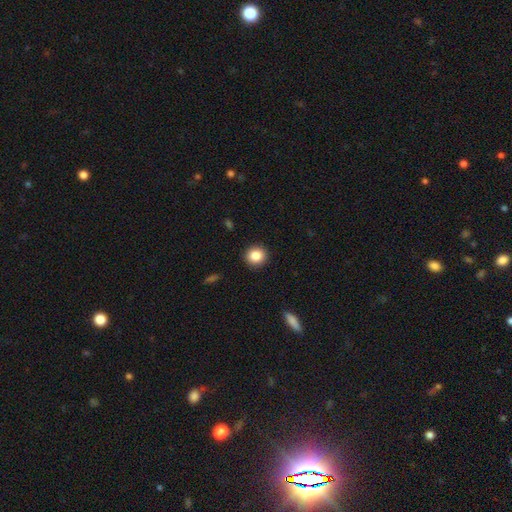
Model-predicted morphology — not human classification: Q: Smooth or featured?
A: smooth (86%); runner-up: star or artifact (9%)
Q: How rounded?
A: round (88%); runner-up: in between (11%)
Q: Merging?
A: none (92%); runner-up: minor disturbance (6%)